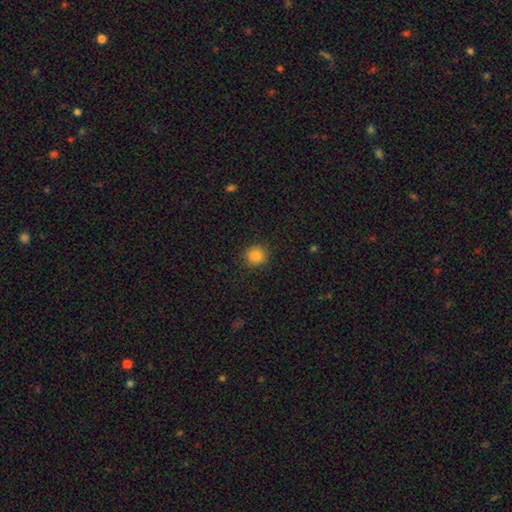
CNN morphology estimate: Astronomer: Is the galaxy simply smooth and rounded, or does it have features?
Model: smooth — 85%.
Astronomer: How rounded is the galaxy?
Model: round — 91%.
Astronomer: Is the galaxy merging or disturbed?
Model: none — 89%.